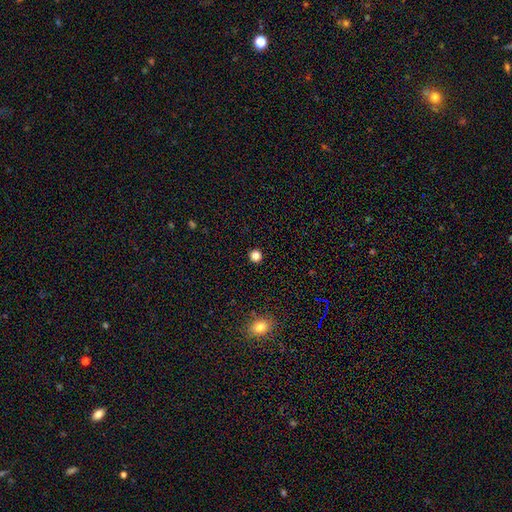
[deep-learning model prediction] Smooth or featured: smooth — 84% (star or artifact — 12%)
How rounded: round — 94% (in between — 5%)
Merging: none — 93% (minor disturbance — 4%)